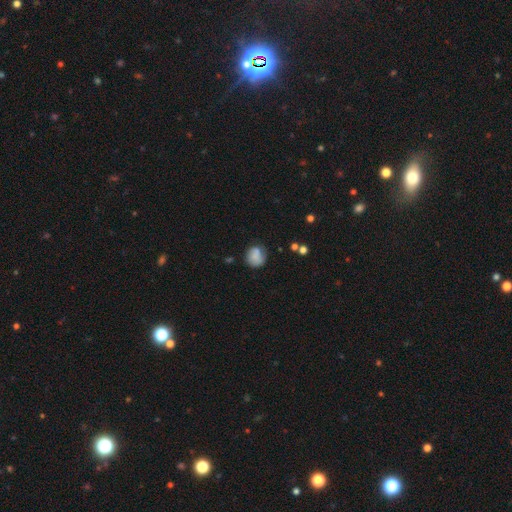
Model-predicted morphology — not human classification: A smooth galaxy with no disk features (77%) that is round (77%). Merging: none (64%).